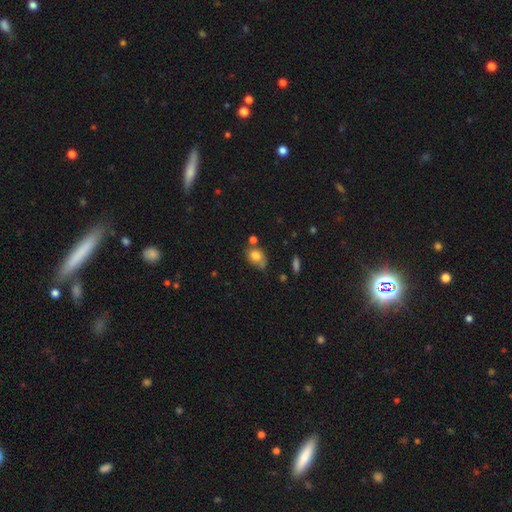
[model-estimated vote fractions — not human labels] The model was most divided on "merging": none: 48%, minor disturbance: 29%, merger: 15%, major disturbance: 9%. More confident: smooth or featured — smooth (77%); how rounded — in between (65%).